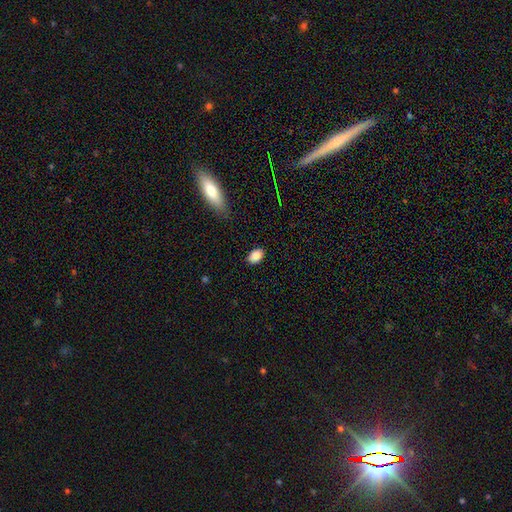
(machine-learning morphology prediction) Smooth or featured? Predicted: smooth (p=0.88). How rounded? Predicted: in between (p=0.84). Merging? Predicted: none (p=0.86).